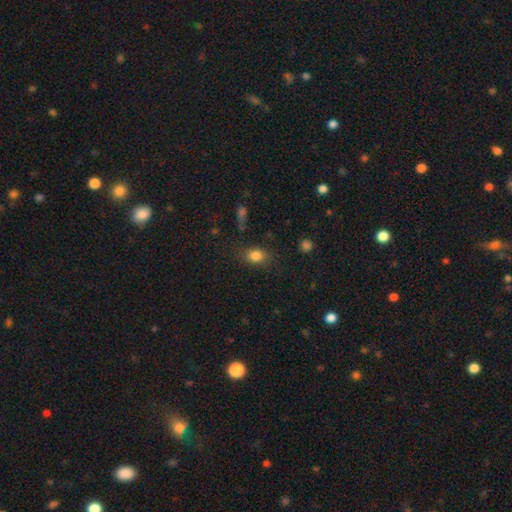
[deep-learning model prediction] This appears to be a smooth galaxy with no disk features (83%) that is in between round and cigar-shaped (63%). Merging: none (79%).